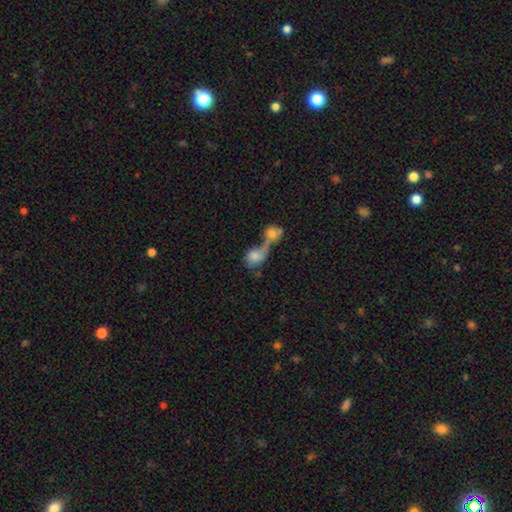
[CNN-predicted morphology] Overall: smooth (71%). How rounded: in between (52%; round 45%). Merging: merger (69%).